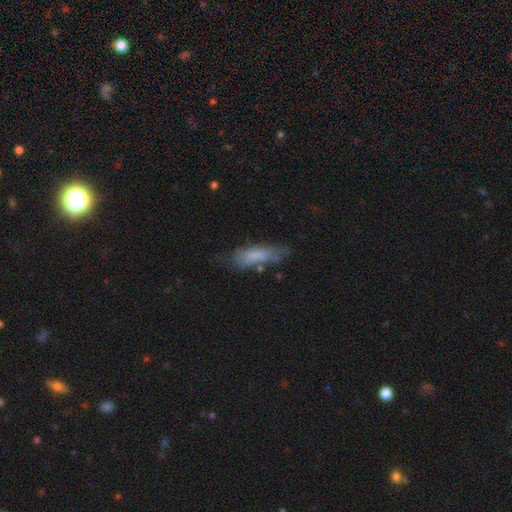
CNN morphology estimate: smooth 65%, featured or disk 27%, star or artifact 8%. Down the decision tree: how rounded — cigar-shaped (50%); merging — none (52%).